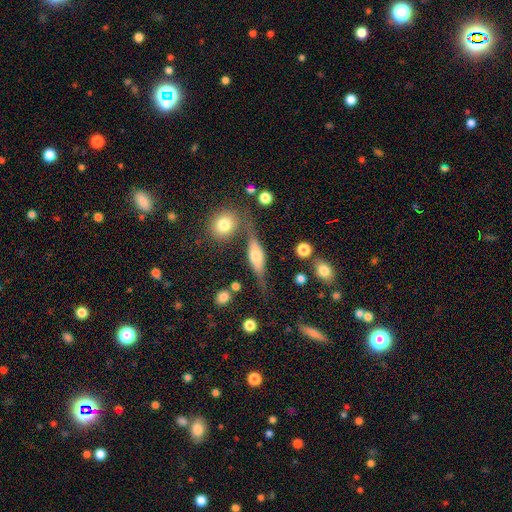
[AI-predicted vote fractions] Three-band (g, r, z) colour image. It shows a featured or disk galaxy (55%) viewed edge-on (85%). Merging: none (63%).